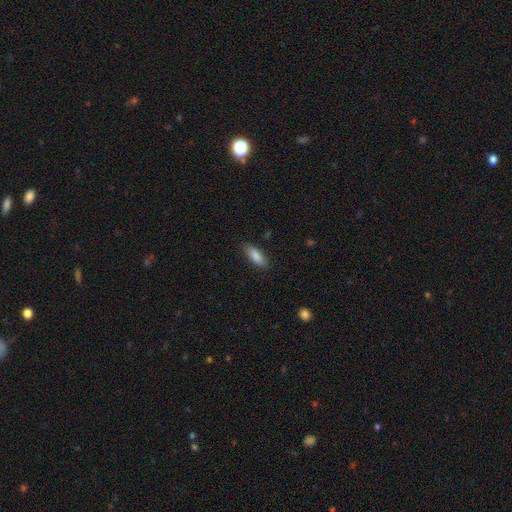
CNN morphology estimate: The model was most divided on "how rounded": in between: 72%, cigar-shaped: 27%, round: 2%. More confident: smooth or featured — smooth (86%); merging — none (84%).